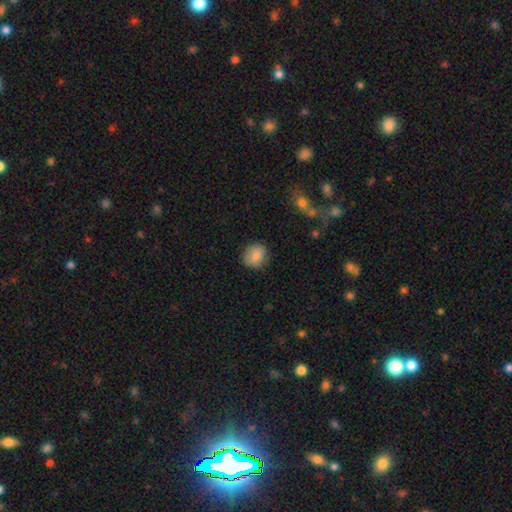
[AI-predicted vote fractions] A smooth galaxy with no disk features (82%) that is round (80%). Merging: none (82%).